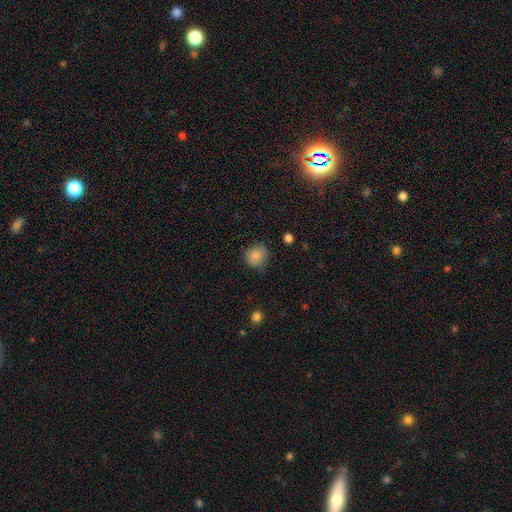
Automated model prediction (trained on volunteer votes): A smooth galaxy with no disk features (85%) that is round (82%). Merging: none (74%).